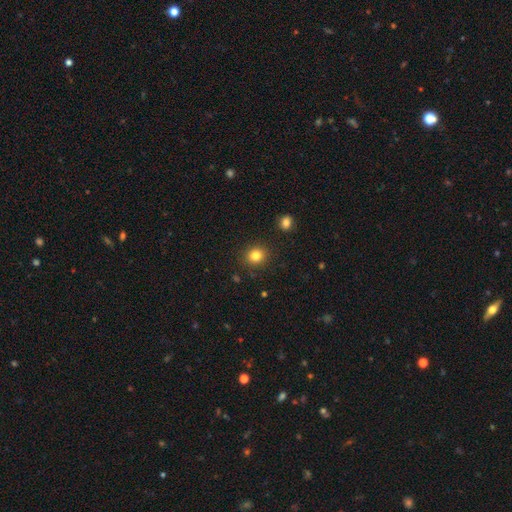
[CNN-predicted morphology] Smooth or featured?
  - smooth: 83% *
  - star or artifact: 12%
  - featured or disk: 6%
How rounded?
  - round: 82% *
  - in between: 17%
  - cigar-shaped: 1%
Merging?
  - none: 90% *
  - minor disturbance: 6%
  - major disturbance: 2%
  - merger: 2%